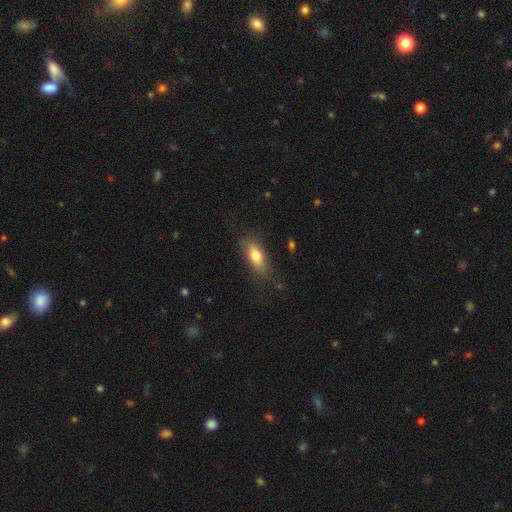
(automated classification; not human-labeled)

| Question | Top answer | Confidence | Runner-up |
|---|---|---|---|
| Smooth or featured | smooth | 74% | featured or disk (18%) |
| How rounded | in between | 78% | cigar-shaped (17%) |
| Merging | none | 75% | minor disturbance (18%) |